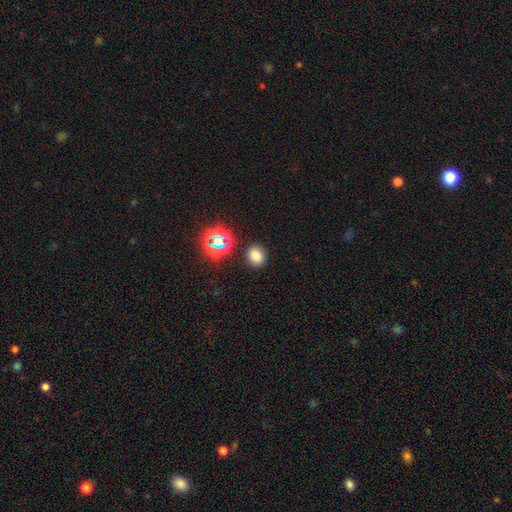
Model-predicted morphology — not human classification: This appears to be a smooth galaxy with no disk features (74%) that is round (61%). Merging: none (87%).